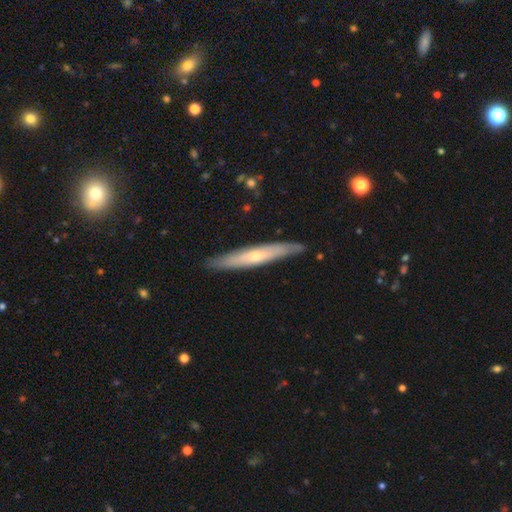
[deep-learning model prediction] This is possibly a featured or disk galaxy (54%). It is clearly viewed edge-on (86%). Merging: clearly none (88%).